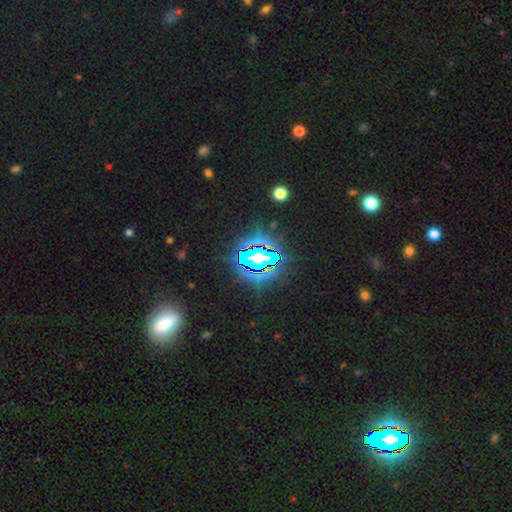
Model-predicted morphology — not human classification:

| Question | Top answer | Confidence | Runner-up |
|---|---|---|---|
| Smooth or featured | star or artifact | 78% | smooth (13%) |